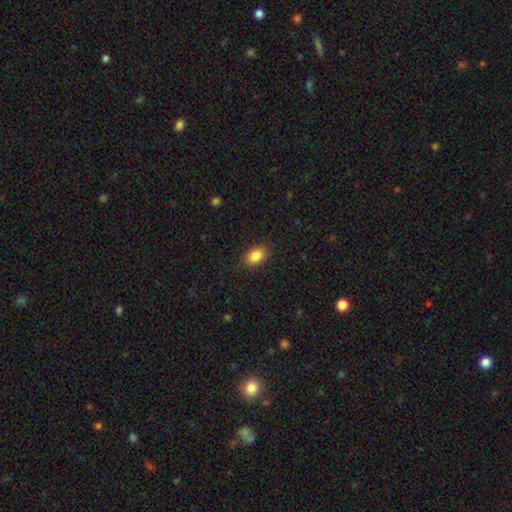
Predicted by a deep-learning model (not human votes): smooth 87%, star or artifact 9%, featured or disk 5%. Down the decision tree: how rounded — in between (79%); merging — none (88%).